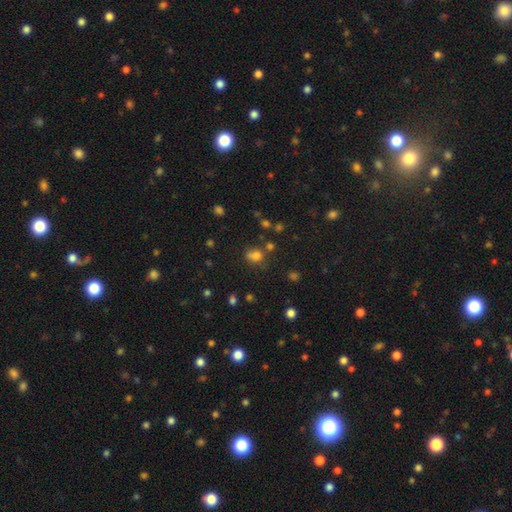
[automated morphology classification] smooth 71%, star or artifact 21%, featured or disk 8%. Down the decision tree: how rounded — round (59%); merging — none (54%).